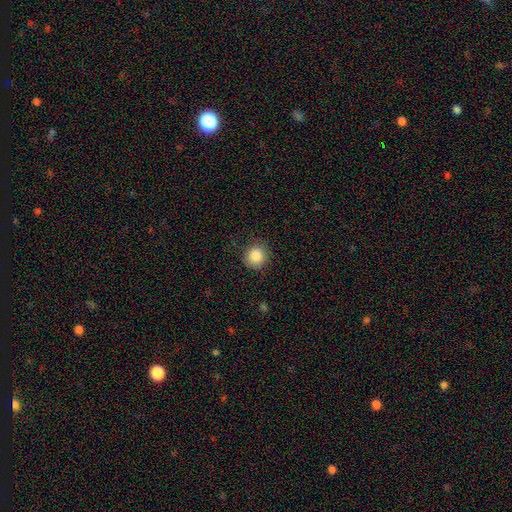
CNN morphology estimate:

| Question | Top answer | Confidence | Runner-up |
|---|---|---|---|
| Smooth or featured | smooth | 86% | star or artifact (9%) |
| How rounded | round | 91% | in between (8%) |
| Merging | none | 84% | minor disturbance (12%) |